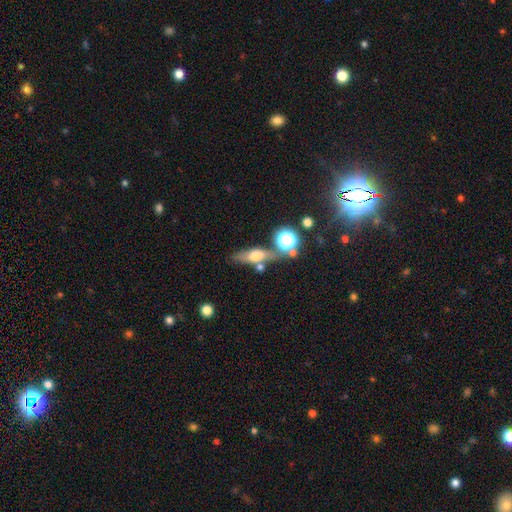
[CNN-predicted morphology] This appears to be a smooth galaxy with no disk features (47%). Merging: none (64%).